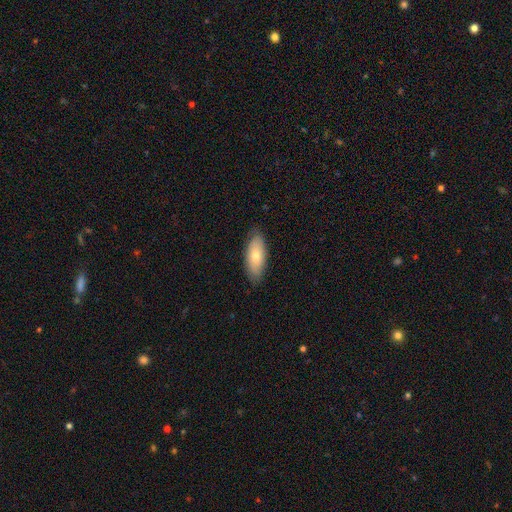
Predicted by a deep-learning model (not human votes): smooth_or_featured: smooth (p=0.71) [alt: featured or disk p=0.23]
how_rounded: in between (p=0.81) [alt: cigar-shaped p=0.16]
merging: none (p=0.83) [alt: minor disturbance p=0.14]